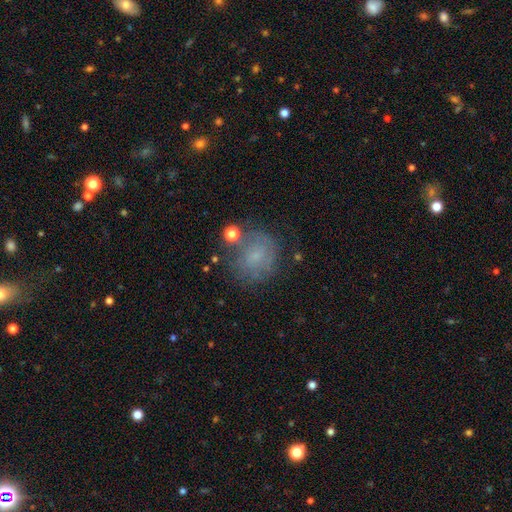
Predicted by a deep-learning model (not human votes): Smooth or featured? Predicted: smooth (p=0.51). How rounded? Predicted: round (p=0.81). Merging? Predicted: none (p=0.66).